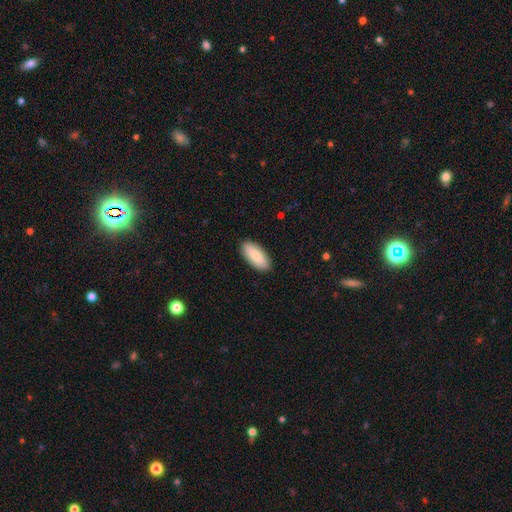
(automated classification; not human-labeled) The model was most divided on "smooth or featured": smooth: 82%, featured or disk: 13%, star or artifact: 5%. More confident: merging — none (89%); how rounded — in between (84%).